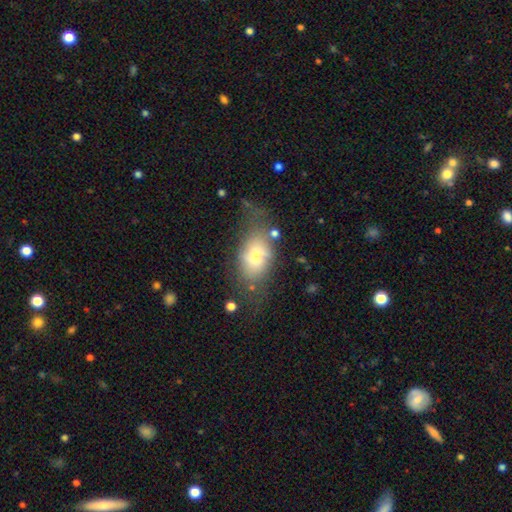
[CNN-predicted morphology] This appears to be a smooth galaxy with no disk features (61%) that is in between round and cigar-shaped (81%). Merging: none (46%).